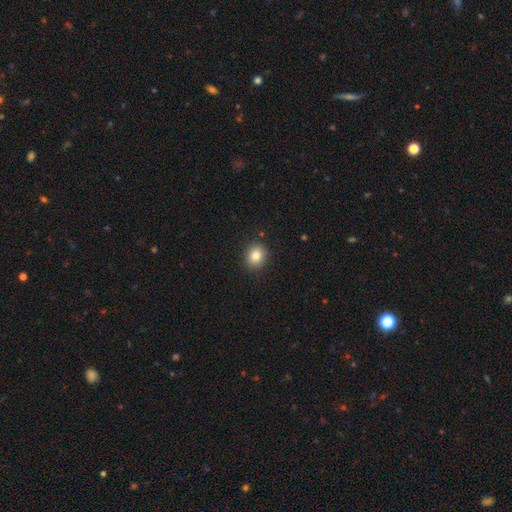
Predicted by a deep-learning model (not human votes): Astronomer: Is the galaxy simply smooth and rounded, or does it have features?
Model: smooth — 83%.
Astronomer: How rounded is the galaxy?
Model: round — 74%.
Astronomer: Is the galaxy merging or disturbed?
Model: none — 89%.